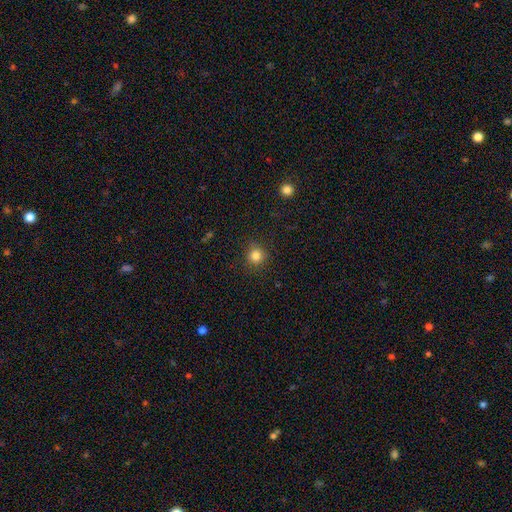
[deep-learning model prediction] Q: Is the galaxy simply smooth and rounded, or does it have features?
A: smooth — 83%.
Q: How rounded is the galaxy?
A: round — 93%.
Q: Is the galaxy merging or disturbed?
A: none — 88%.